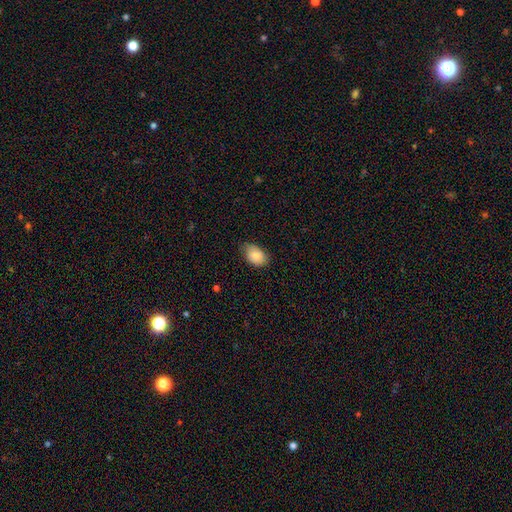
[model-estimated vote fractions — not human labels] Smooth or featured? Predicted: smooth (p=0.85). How rounded? Predicted: in between (p=0.85). Merging? Predicted: none (p=0.68).